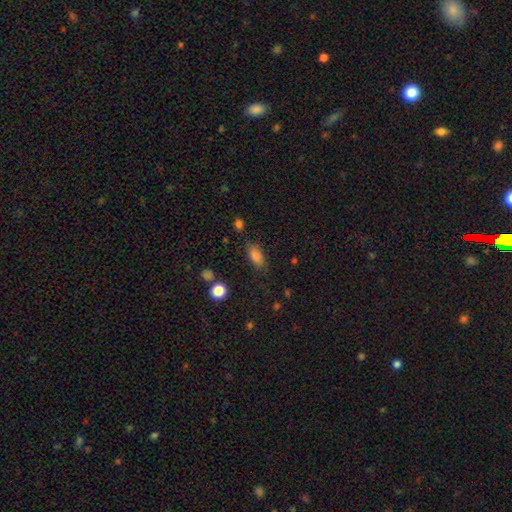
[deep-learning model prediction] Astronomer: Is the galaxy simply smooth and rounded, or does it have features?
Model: smooth — 83%.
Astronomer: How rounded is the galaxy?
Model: in between — 85%.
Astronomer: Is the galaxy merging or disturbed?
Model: none — 78%.